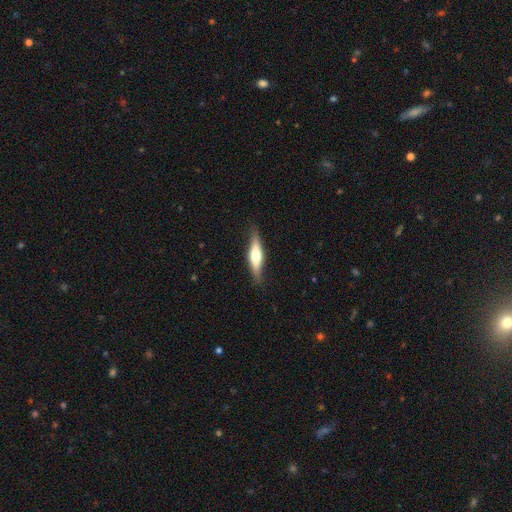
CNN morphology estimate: The model was most divided on "smooth or featured": featured or disk: 51%, smooth: 43%, star or artifact: 6%. More confident: edge-on disk — yes (92%); merging — none (85%).